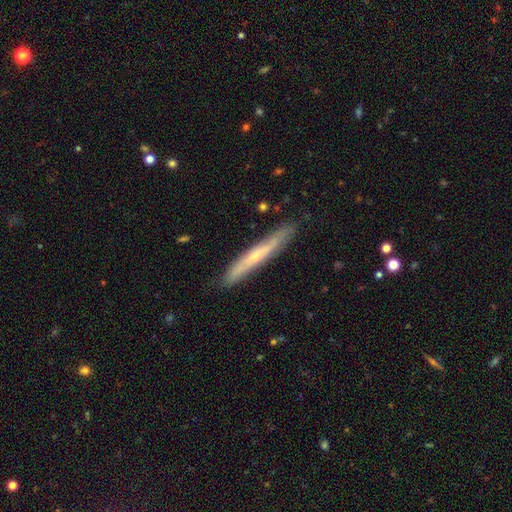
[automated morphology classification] Smooth or featured? Predicted: featured or disk (p=0.53). Edge-on disk? Predicted: yes (p=0.88). Merging? Predicted: none (p=0.86).